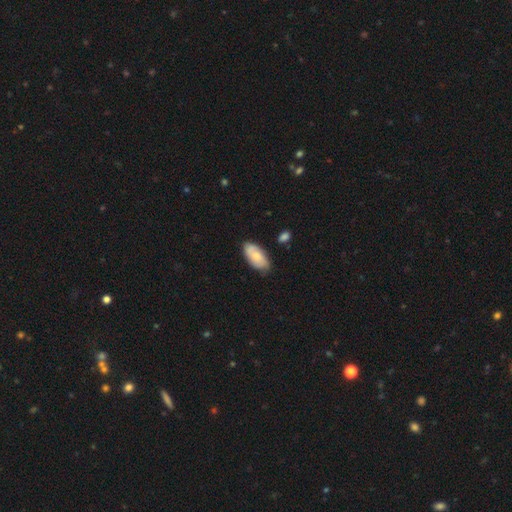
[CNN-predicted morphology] Smooth or featured? Predicted: smooth (p=0.63). How rounded? Predicted: in between (p=0.94). Merging? Predicted: none (p=0.74).